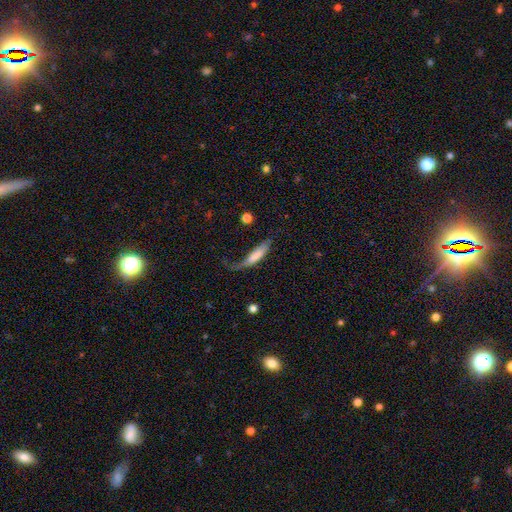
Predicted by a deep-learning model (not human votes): Smooth or featured? smooth (68%)
How rounded? cigar-shaped (67%)
Merging? major disturbance (37%)